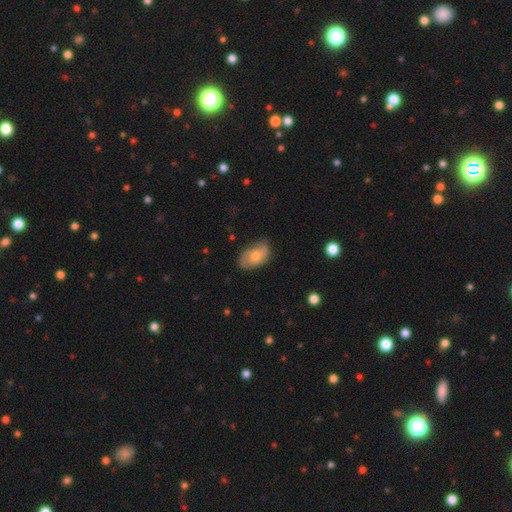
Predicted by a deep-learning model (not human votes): This is possibly a featured or disk galaxy (49%). Merging: likely none (70%).